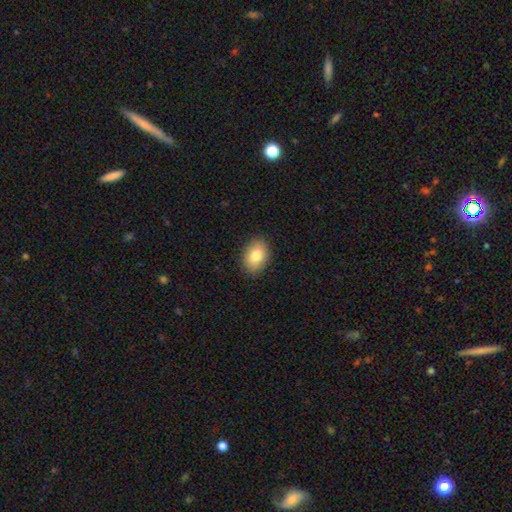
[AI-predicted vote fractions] Smooth or featured?
  - smooth: 83% *
  - featured or disk: 9%
  - star or artifact: 8%
How rounded?
  - in between: 80% *
  - round: 19%
  - cigar-shaped: 1%
Merging?
  - none: 89% *
  - minor disturbance: 8%
  - major disturbance: 2%
  - merger: 1%